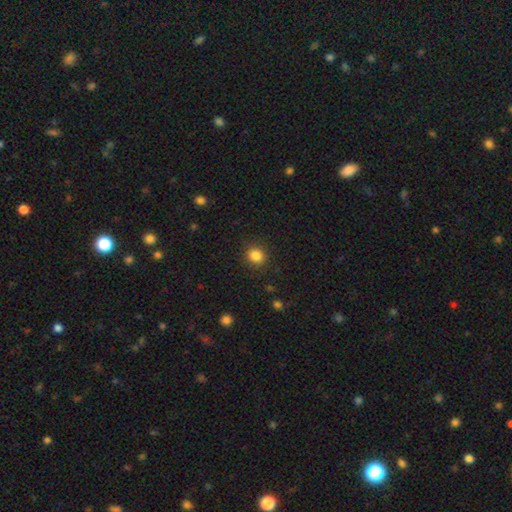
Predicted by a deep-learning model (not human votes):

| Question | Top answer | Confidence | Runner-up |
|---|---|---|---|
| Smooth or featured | smooth | 85% | star or artifact (11%) |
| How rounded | round | 79% | in between (20%) |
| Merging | none | 89% | minor disturbance (7%) |